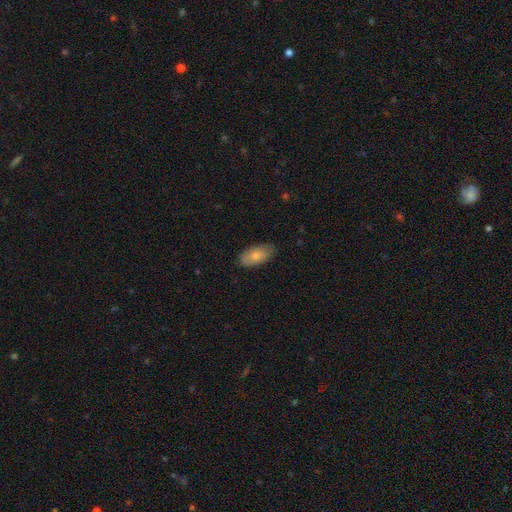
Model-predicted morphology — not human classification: Smooth or featured: smooth — 79% (featured or disk — 16%)
How rounded: in between — 94% (cigar-shaped — 3%)
Merging: none — 78% (minor disturbance — 18%)